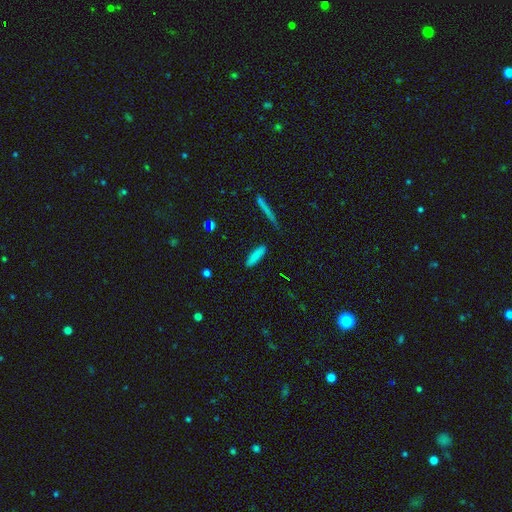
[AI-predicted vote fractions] The model was most divided on "how rounded": cigar-shaped: 73%, in between: 25%, round: 2%. More confident: merging — none (85%); smooth or featured — smooth (83%).